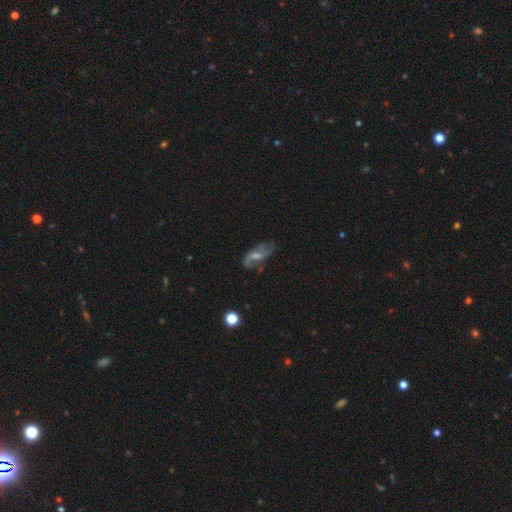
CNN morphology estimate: The model was most divided on "bulge size": small: 44%, moderate: 43%, none: 8%, large: 3%, dominant: 1%. Remaining: edge-on disk — no (90%); spiral arms — yes (82%); smooth or featured — featured or disk (65%); merging — none (62%); bar — no (47%).